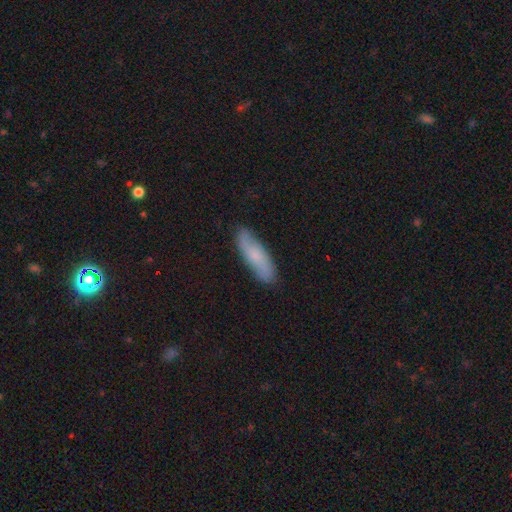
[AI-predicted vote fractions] This is likely a smooth galaxy (62%). How rounded: possibly cigar-shaped (57%). Merging: clearly none (84%).